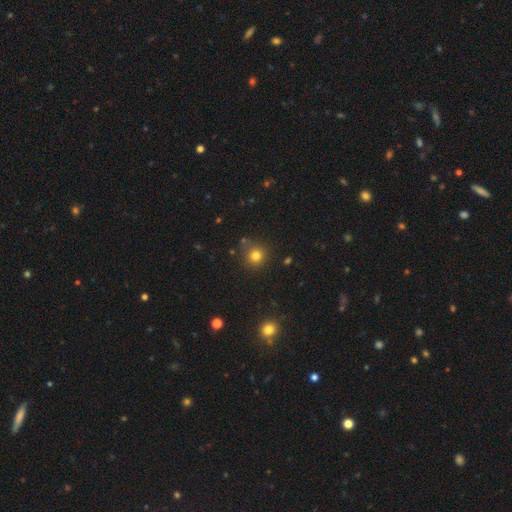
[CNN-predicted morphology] Smooth or featured?
  - smooth: 79% *
  - star or artifact: 15%
  - featured or disk: 6%
How rounded?
  - round: 92% *
  - in between: 7%
  - cigar-shaped: 1%
Merging?
  - none: 80% *
  - minor disturbance: 11%
  - merger: 5%
  - major disturbance: 4%